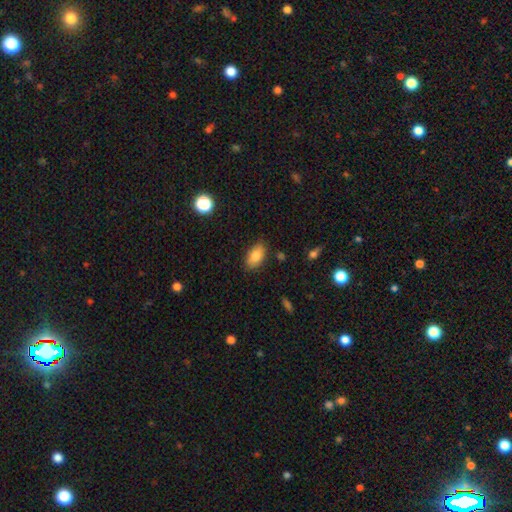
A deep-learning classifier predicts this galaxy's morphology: Q: Smooth or featured?
A: smooth (83%); runner-up: featured or disk (9%)
Q: How rounded?
A: in between (91%); runner-up: round (7%)
Q: Merging?
A: none (82%); runner-up: minor disturbance (14%)